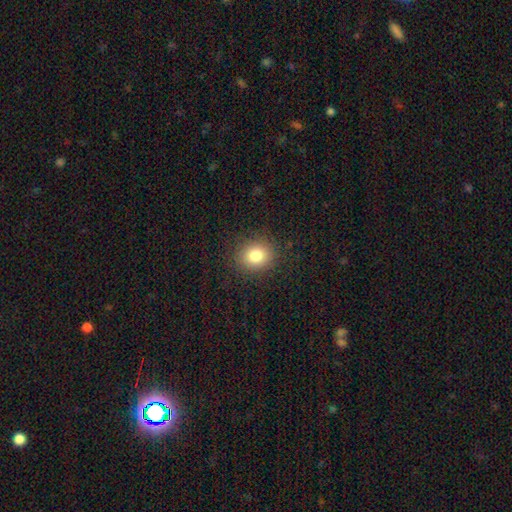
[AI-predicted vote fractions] Smooth or featured: smooth — 82% (star or artifact — 11%)
How rounded: round — 75% (in between — 24%)
Merging: none — 89% (minor disturbance — 7%)